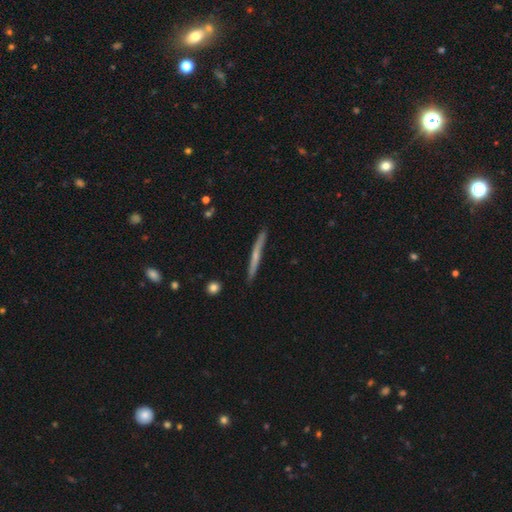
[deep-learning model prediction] Q: Smooth or featured?
A: featured or disk (52%); runner-up: smooth (42%)
Q: Edge-on disk?
A: yes (96%); runner-up: no (4%)
Q: Merging?
A: none (87%); runner-up: minor disturbance (10%)